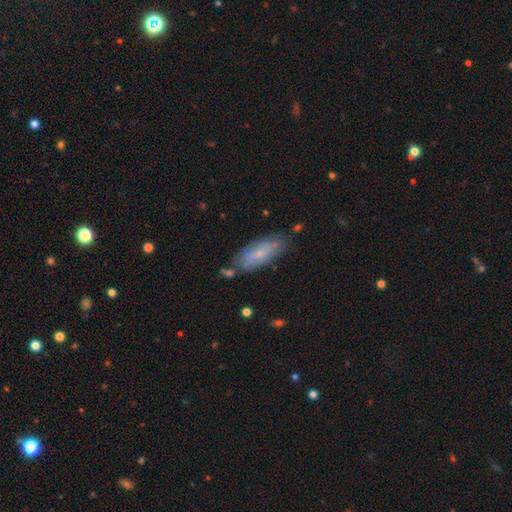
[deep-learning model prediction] Smooth or featured: smooth — 52% (featured or disk — 40%)
How rounded: in between — 74% (cigar-shaped — 24%)
Merging: none — 64% (minor disturbance — 23%)